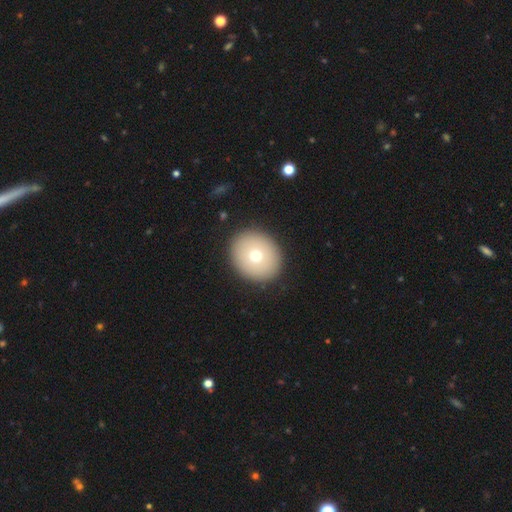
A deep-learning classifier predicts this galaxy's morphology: Smooth or featured?
  - smooth: 70% *
  - featured or disk: 20%
  - star or artifact: 10%
How rounded?
  - round: 66% *
  - in between: 33%
  - cigar-shaped: 1%
Merging?
  - none: 90% *
  - minor disturbance: 6%
  - major disturbance: 2%
  - merger: 1%